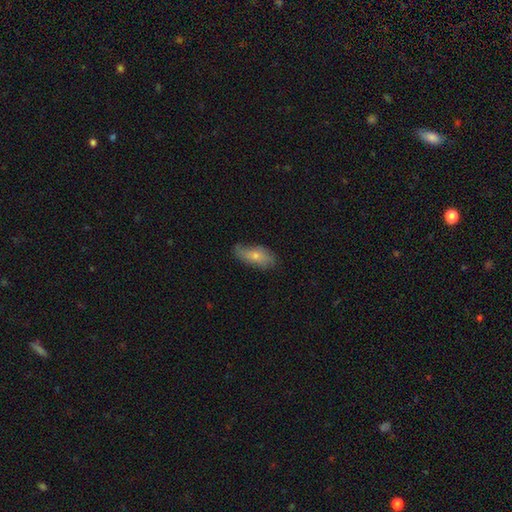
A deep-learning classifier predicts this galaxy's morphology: This is likely a smooth galaxy (64%). How rounded: clearly in between (84%). Merging: likely none (62%).